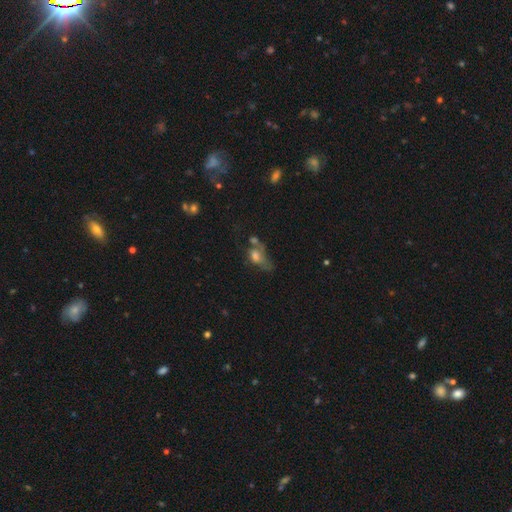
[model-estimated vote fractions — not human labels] smooth-or-featured: smooth: 51% | featured or disk: 32% | star or artifact: 17%
  how-rounded: in between: 72% | round: 22% | cigar-shaped: 7%
  merging: major disturbance: 32% | merger: 26% | none: 24% | minor disturbance: 18%